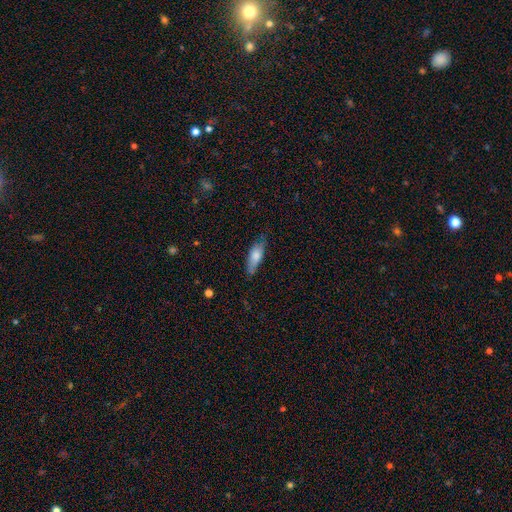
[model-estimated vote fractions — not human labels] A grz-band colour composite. It shows a smooth galaxy with no disk features (73%) that is in between round and cigar-shaped (51%). Merging: none (71%).